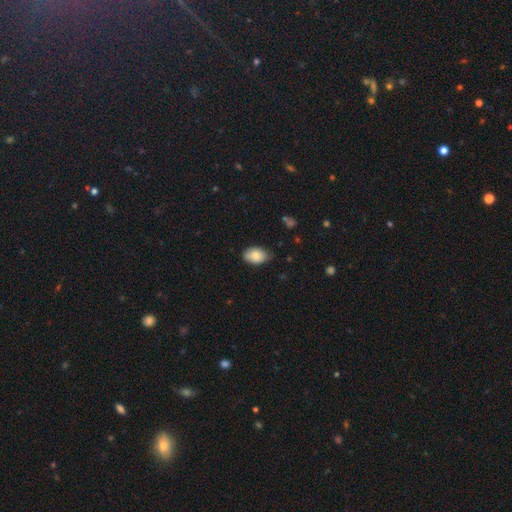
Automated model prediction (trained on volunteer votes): smooth 85%, featured or disk 9%, star or artifact 7%. Down the decision tree: how rounded — in between (88%); merging — none (76%).